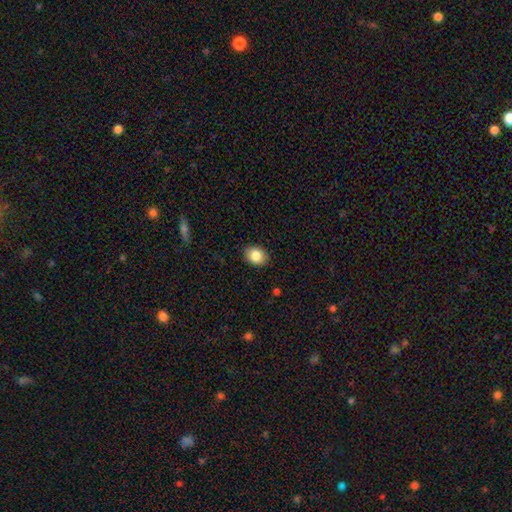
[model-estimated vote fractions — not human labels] smooth 85%, star or artifact 8%, featured or disk 7%. Down the decision tree: how rounded — in between (58%); merging — none (89%).